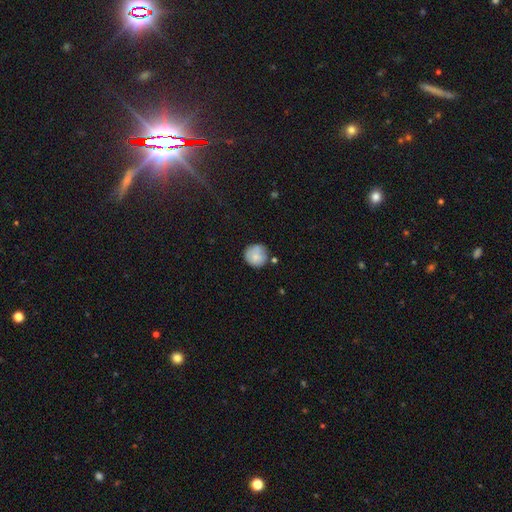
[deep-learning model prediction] The model was most divided on "merging": none: 70%, minor disturbance: 19%, merger: 7%, major disturbance: 4%. More confident: how rounded — round (91%); smooth or featured — smooth (78%).